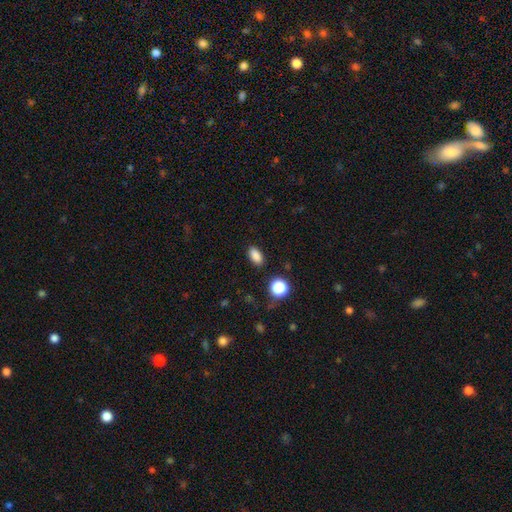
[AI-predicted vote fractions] Smooth or featured? smooth (84%)
How rounded? in between (85%)
Merging? none (87%)